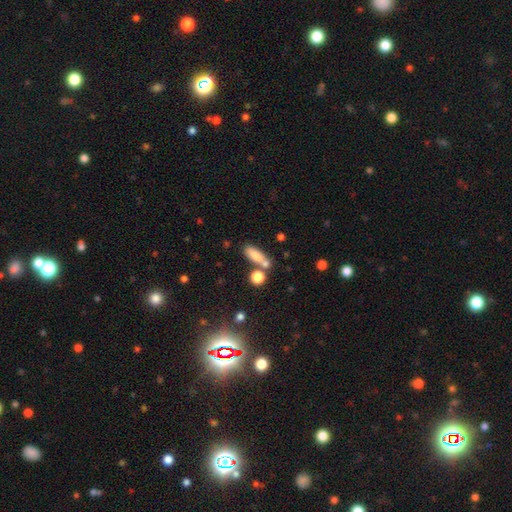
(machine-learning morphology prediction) Smooth or featured? Predicted: smooth (p=0.80). How rounded? Predicted: in between (p=0.56). Merging? Predicted: none (p=0.55).